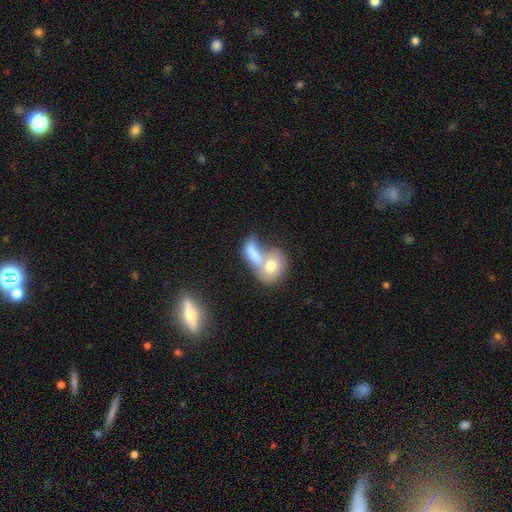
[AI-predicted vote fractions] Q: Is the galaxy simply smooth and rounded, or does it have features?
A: smooth — 67%.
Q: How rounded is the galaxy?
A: in between — 66%.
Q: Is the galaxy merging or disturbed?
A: merger — 67%.